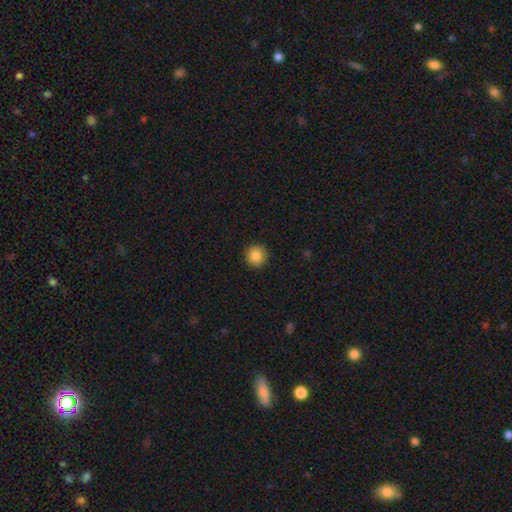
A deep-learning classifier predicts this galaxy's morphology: Overall: smooth (86%). How rounded: round (96%). Merging: none (92%).